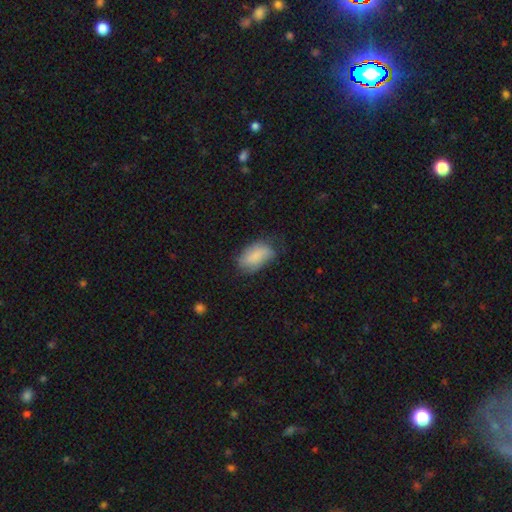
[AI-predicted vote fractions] A smooth galaxy with no disk features (79%) that is in between round and cigar-shaped (93%). Merging: none (54%).